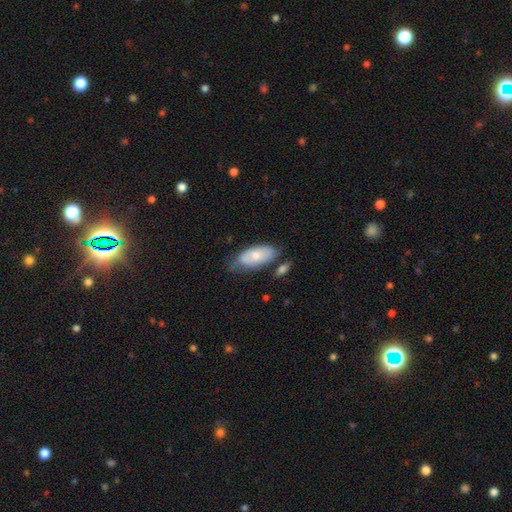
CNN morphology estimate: This appears to be a smooth galaxy with no disk features (69%) that is in between round and cigar-shaped (90%). Merging: none (54%).